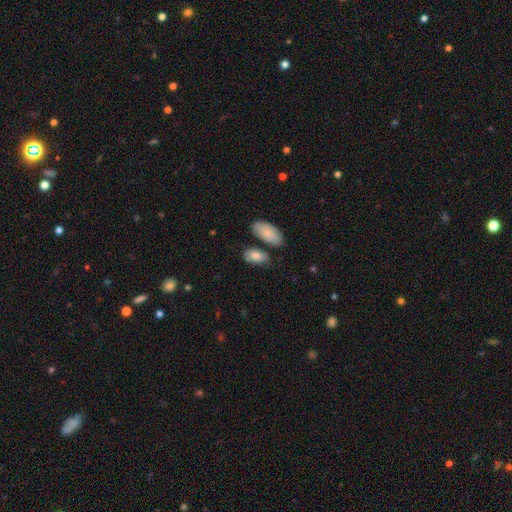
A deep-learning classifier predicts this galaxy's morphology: The model was most divided on "merging": none: 62%, minor disturbance: 18%, merger: 14%, major disturbance: 5%. More confident: how rounded — in between (90%); smooth or featured — smooth (82%).